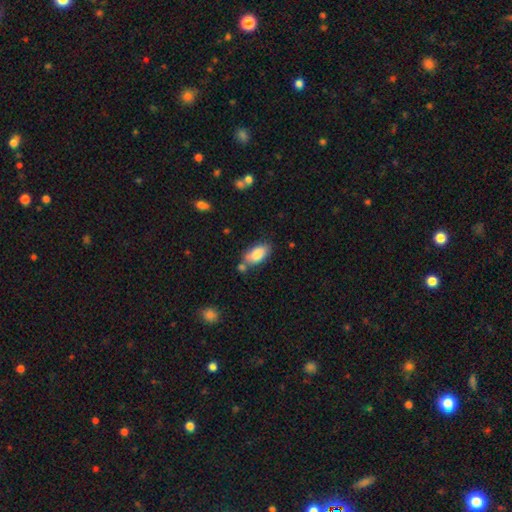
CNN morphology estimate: type=smooth (84%); roundness=in between (92%); merging=none (58%).